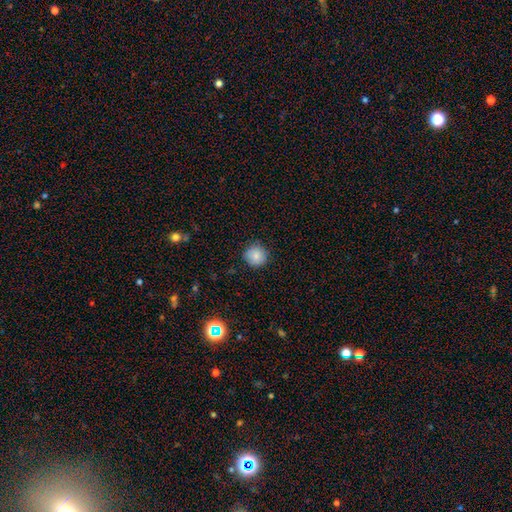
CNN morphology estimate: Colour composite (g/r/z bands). It shows a smooth galaxy with no disk features (84%) that is round (93%). Merging: none (85%).